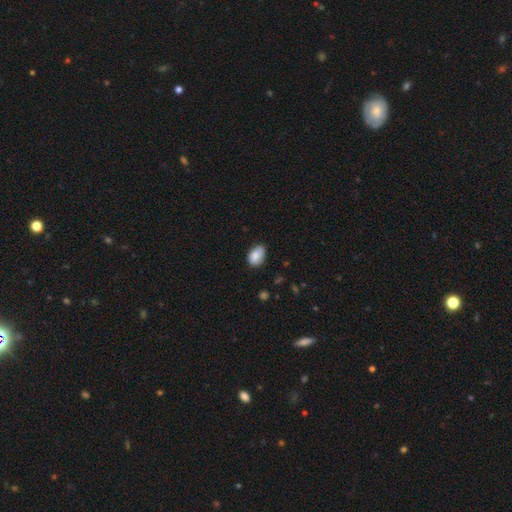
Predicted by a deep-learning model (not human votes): smooth-or-featured: smooth: 84% | featured or disk: 9% | star or artifact: 8%
  how-rounded: in between: 84% | round: 15% | cigar-shaped: 1%
  merging: none: 65% | minor disturbance: 28% | major disturbance: 5% | merger: 2%